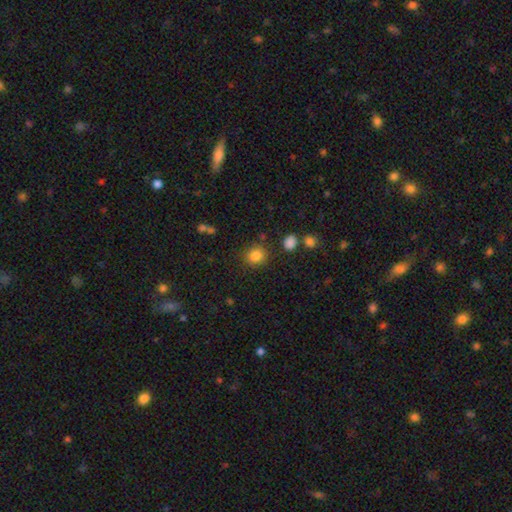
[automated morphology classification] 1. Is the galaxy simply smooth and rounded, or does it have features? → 84% smooth, 11% star or artifact, 5% featured or disk.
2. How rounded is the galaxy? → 84% round, 15% in between, 1% cigar-shaped.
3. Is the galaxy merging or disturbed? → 82% none, 10% minor disturbance, 4% major disturbance, 4% merger.